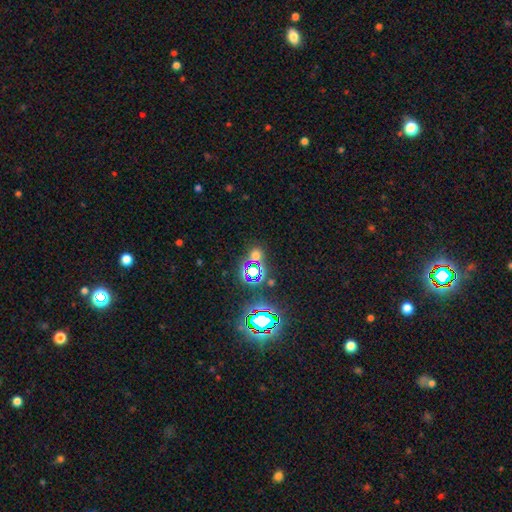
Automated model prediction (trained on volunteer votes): Overall: star or artifact (49%; smooth 43%).